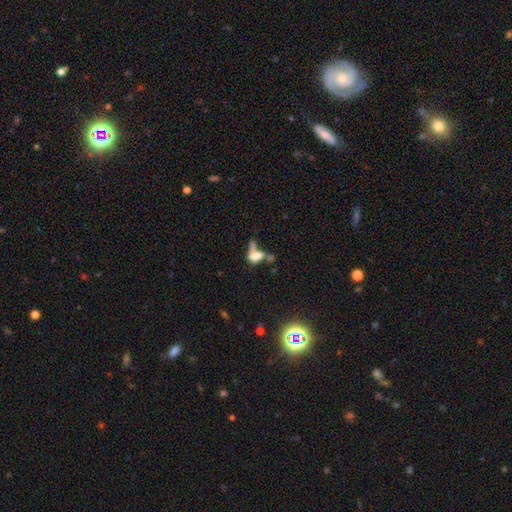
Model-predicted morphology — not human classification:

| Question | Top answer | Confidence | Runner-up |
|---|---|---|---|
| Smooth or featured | smooth | 57% | featured or disk (27%) |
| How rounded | in between | 76% | cigar-shaped (12%) |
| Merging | merger | 41% | major disturbance (25%) |